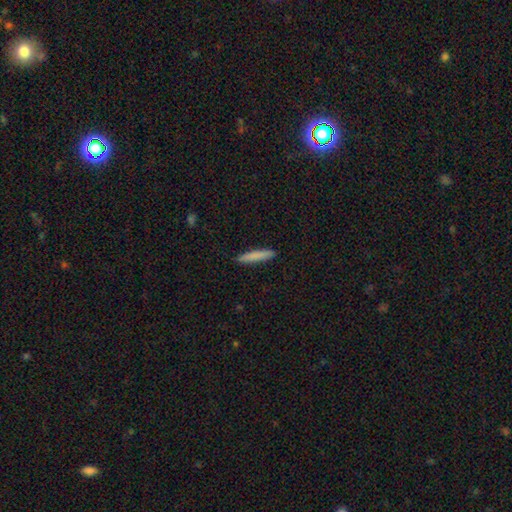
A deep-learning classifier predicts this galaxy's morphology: A smooth galaxy with no disk features (82%) that is cigar-shaped (93%).

Vote fractions:
- Smooth or featured? smooth: 82% / featured or disk: 12% / star or artifact: 6%
- How rounded? cigar-shaped: 93% / in between: 6% / round: 1%
- Merging? none: 91% / minor disturbance: 7% / major disturbance: 1% / merger: 1%